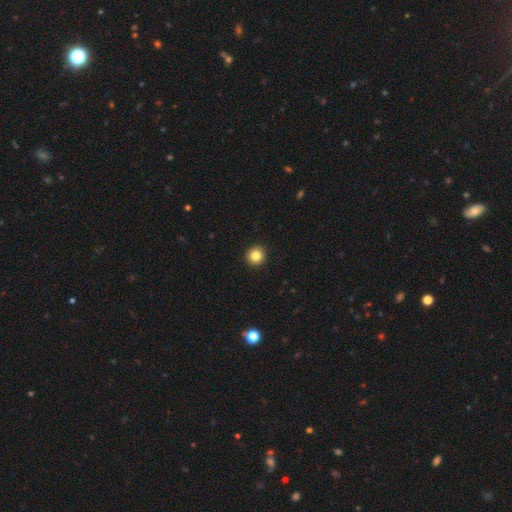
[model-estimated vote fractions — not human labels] The model was most divided on "smooth or featured": smooth: 84%, star or artifact: 10%, featured or disk: 5%. More confident: how rounded — round (94%); merging — none (94%).